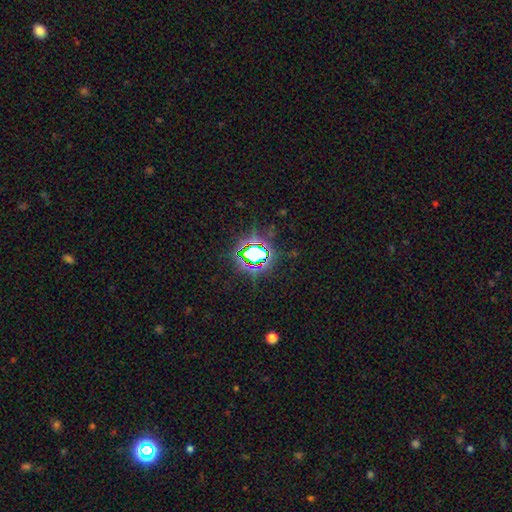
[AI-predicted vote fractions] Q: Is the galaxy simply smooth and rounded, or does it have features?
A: star or artifact — 71%.